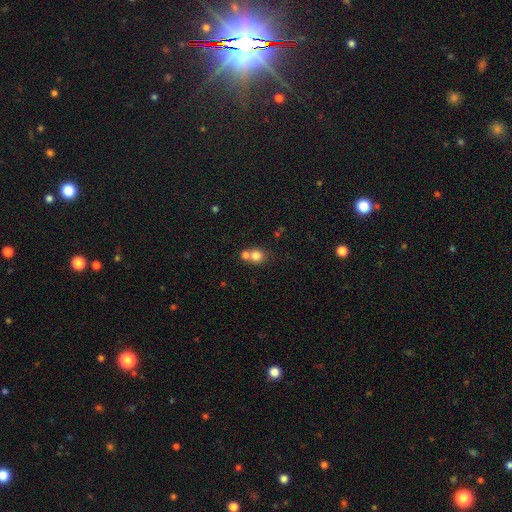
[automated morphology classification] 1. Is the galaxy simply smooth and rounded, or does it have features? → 79% smooth, 11% star or artifact, 10% featured or disk.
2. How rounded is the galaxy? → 80% round, 19% in between, 1% cigar-shaped.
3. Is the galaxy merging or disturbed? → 51% merger, 39% none, 7% minor disturbance, 3% major disturbance.